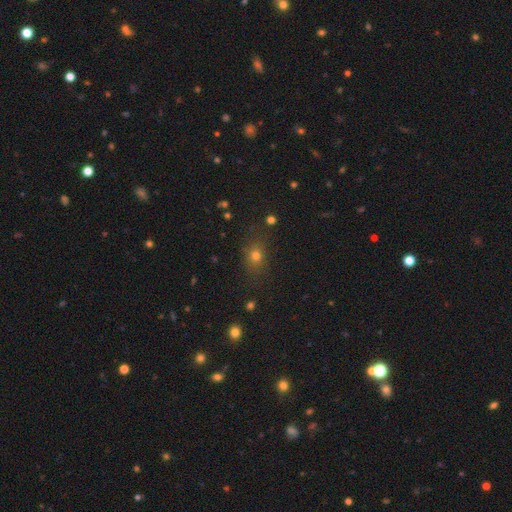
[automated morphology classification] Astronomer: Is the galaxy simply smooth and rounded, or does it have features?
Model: smooth — 69%.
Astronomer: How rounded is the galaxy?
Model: round — 52% (runner-up: in between, 46%).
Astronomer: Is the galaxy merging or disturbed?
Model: none — 80%.